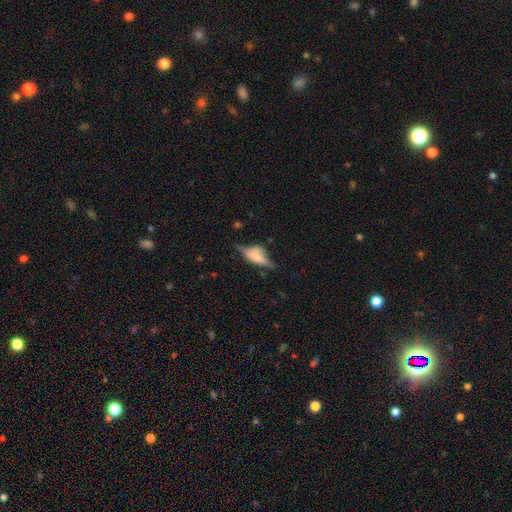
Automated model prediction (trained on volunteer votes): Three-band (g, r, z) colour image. It shows a featured or disk galaxy (48%). Merging: none (47%).